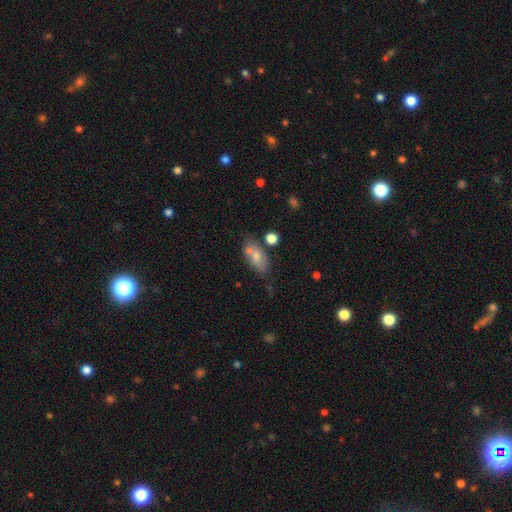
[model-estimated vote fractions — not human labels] Smooth or featured? smooth (69%)
How rounded? in between (86%)
Merging? none (54%)